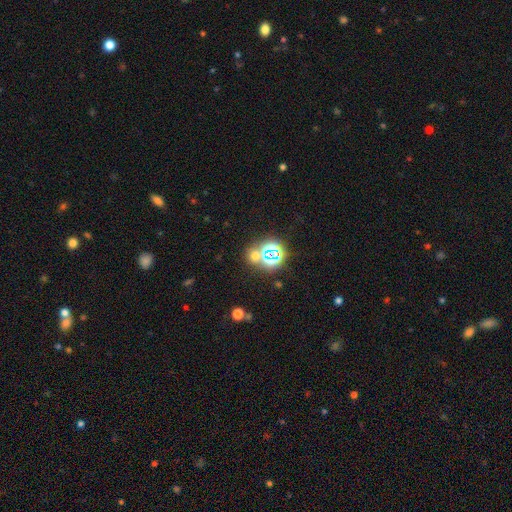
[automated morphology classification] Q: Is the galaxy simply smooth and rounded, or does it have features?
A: star or artifact — 48%.